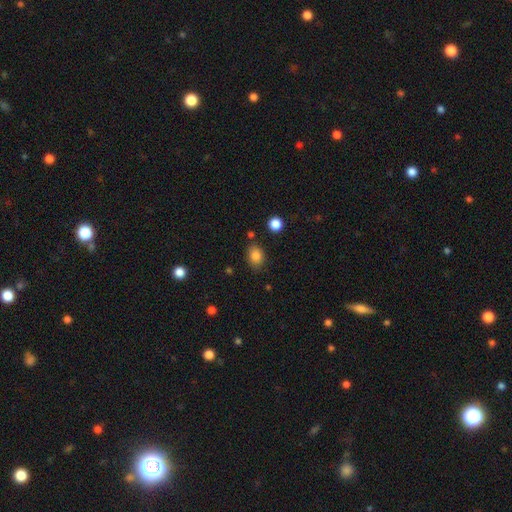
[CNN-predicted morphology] Smooth or featured: smooth — 84% (star or artifact — 10%)
How rounded: in between — 68% (round — 31%)
Merging: none — 78% (minor disturbance — 14%)